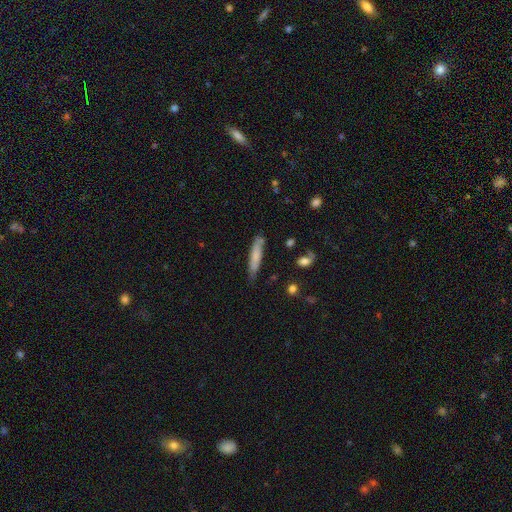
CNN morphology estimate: A smooth galaxy with no disk features (71%) that is cigar-shaped (88%).

Vote fractions:
- Smooth or featured? smooth: 71% / featured or disk: 23% / star or artifact: 6%
- How rounded? cigar-shaped: 88% / in between: 11% / round: 1%
- Merging? none: 72% / minor disturbance: 21% / major disturbance: 4% / merger: 3%